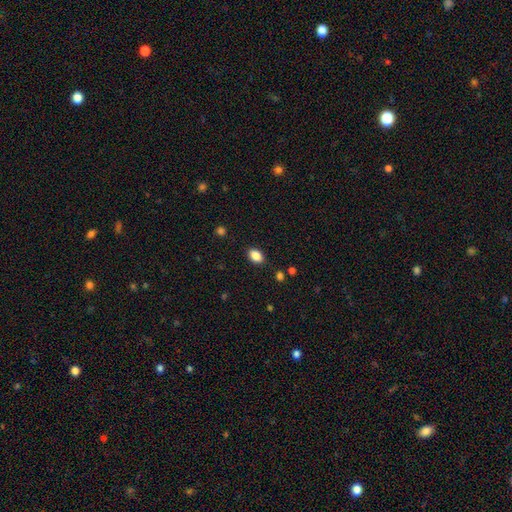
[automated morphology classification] smooth 87%, star or artifact 9%, featured or disk 4%. Down the decision tree: how rounded — in between (85%); merging — none (87%).